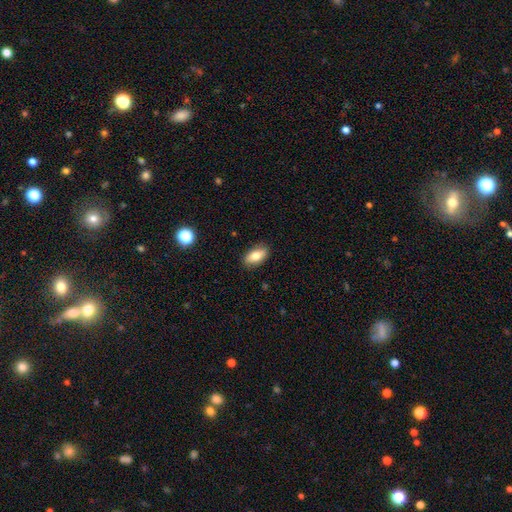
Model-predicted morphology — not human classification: Q: Smooth or featured?
A: smooth (78%); runner-up: featured or disk (14%)
Q: How rounded?
A: in between (88%); runner-up: cigar-shaped (7%)
Q: Merging?
A: none (86%); runner-up: minor disturbance (10%)